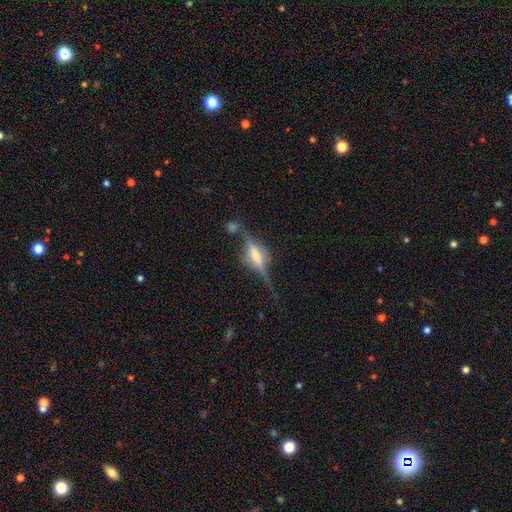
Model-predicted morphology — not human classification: featured or disk 78%, smooth 15%, star or artifact 8%. Down the decision tree: edge-on disk — yes (96%); edge-on bulge — rounded (61%); merging — none (69%).